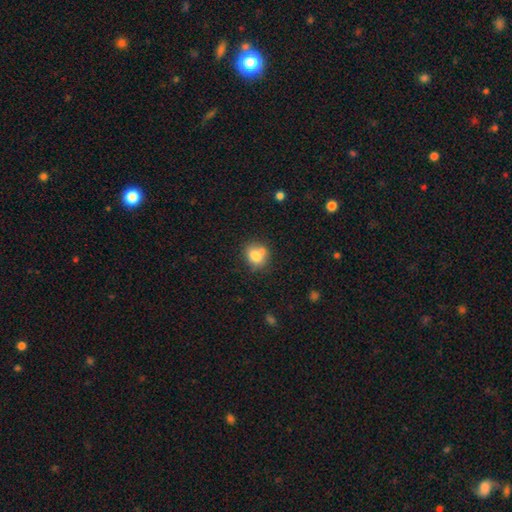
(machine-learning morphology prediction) Overall: smooth (76%). How rounded: round (64%; in between 35%). Merging: none (52%; merger 26%).